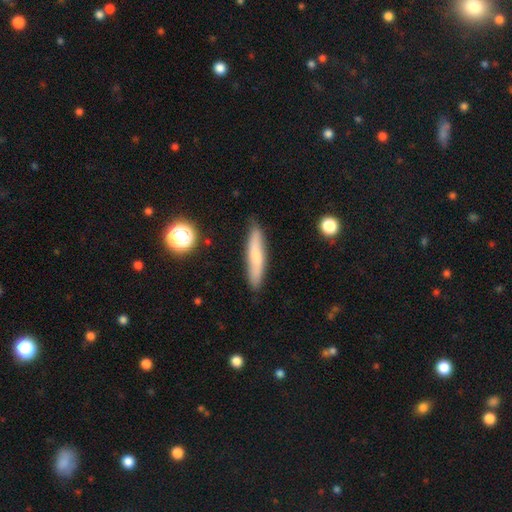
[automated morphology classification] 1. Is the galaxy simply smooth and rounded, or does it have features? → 64% smooth, 29% featured or disk, 7% star or artifact.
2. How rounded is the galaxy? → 88% cigar-shaped, 10% in between, 2% round.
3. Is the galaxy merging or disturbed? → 87% none, 10% minor disturbance, 2% major disturbance, 2% merger.